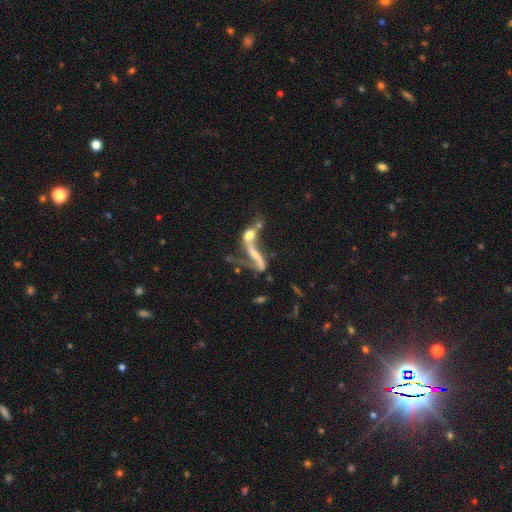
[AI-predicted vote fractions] The model was most divided on "smooth or featured": featured or disk: 61%, smooth: 27%, star or artifact: 12%. More confident: edge-on disk — no (81%); merging — merger (61%).